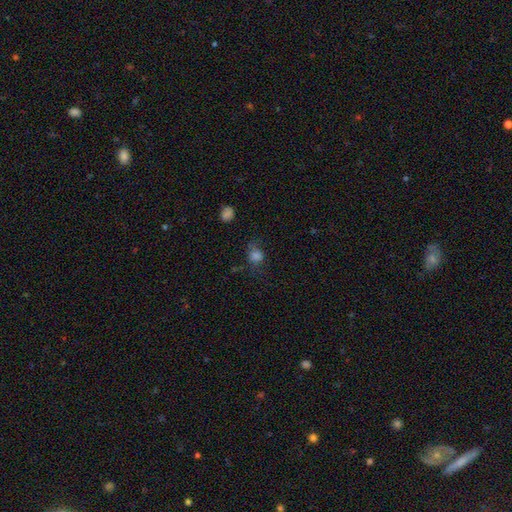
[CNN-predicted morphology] Overall: smooth (73%). How rounded: round (60%; in between 39%). Merging: none (54%; minor disturbance 24%).